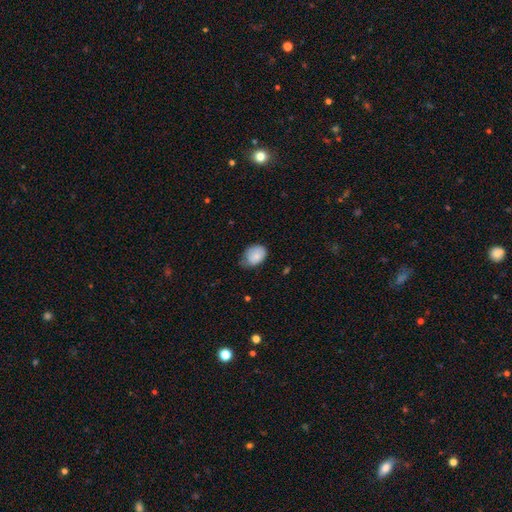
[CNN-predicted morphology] This appears to be a smooth galaxy with no disk features (84%) that is in between round and cigar-shaped (68%). Merging: none (47%).